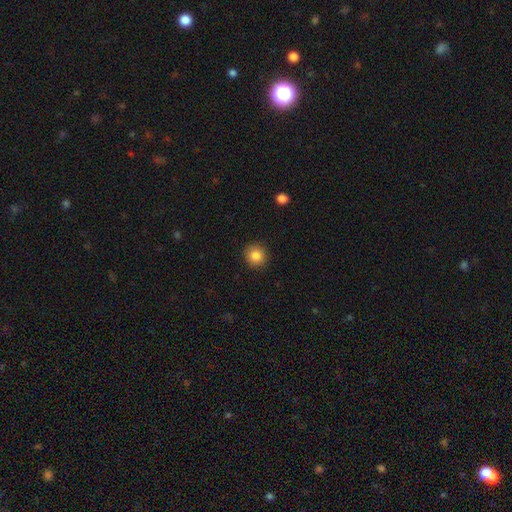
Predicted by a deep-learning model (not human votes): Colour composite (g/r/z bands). It shows a smooth galaxy with no disk features (85%) that is round (92%). Merging: none (91%).